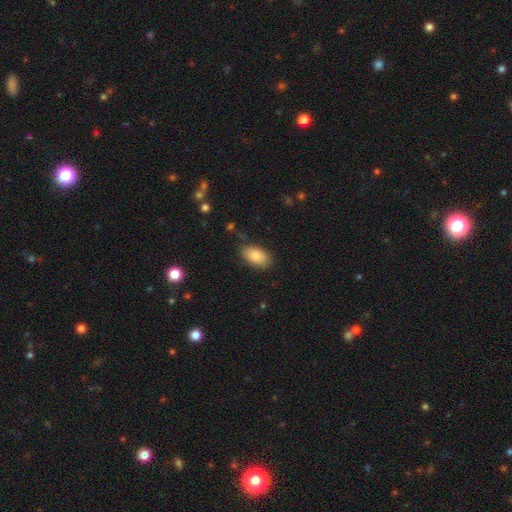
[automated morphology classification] A smooth galaxy with no disk features (84%) that is in between round and cigar-shaped (93%).

Vote fractions:
- Smooth or featured? smooth: 84% / featured or disk: 9% / star or artifact: 7%
- How rounded? in between: 93% / round: 4% / cigar-shaped: 2%
- Merging? none: 82% / minor disturbance: 13% / major disturbance: 3% / merger: 1%